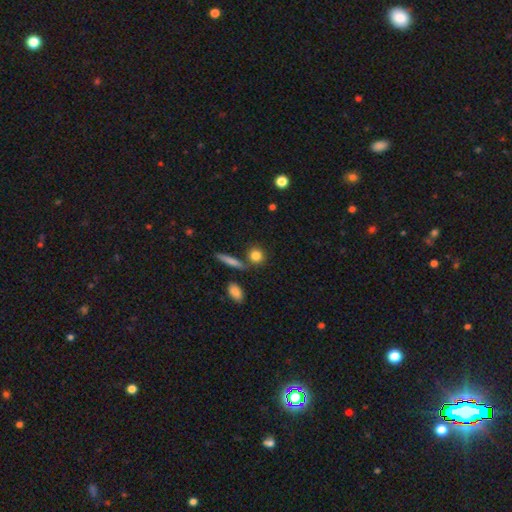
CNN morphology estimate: The model was most divided on "merging": none: 70%, merger: 15%, minor disturbance: 11%, major disturbance: 4%. More confident: smooth or featured — smooth (83%); how rounded — round (76%).